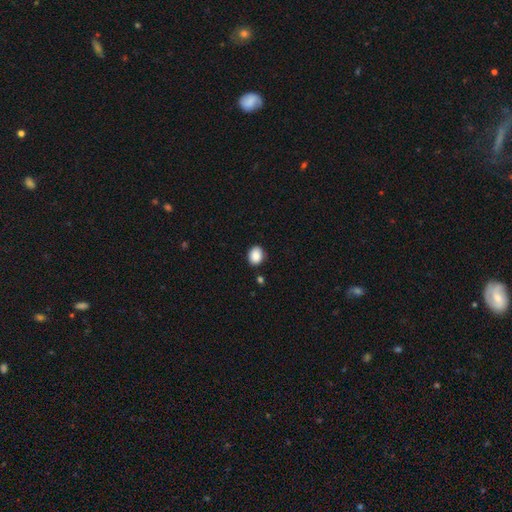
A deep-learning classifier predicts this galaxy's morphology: This appears to be a smooth galaxy with no disk features (88%) that is in between round and cigar-shaped (55%). Merging: none (85%).